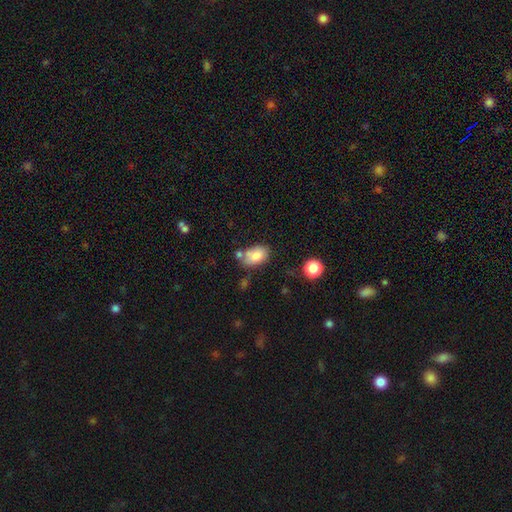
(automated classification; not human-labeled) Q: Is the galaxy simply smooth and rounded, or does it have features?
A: smooth — 79%.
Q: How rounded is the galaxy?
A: in between — 87%.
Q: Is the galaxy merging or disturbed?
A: none — 55%.